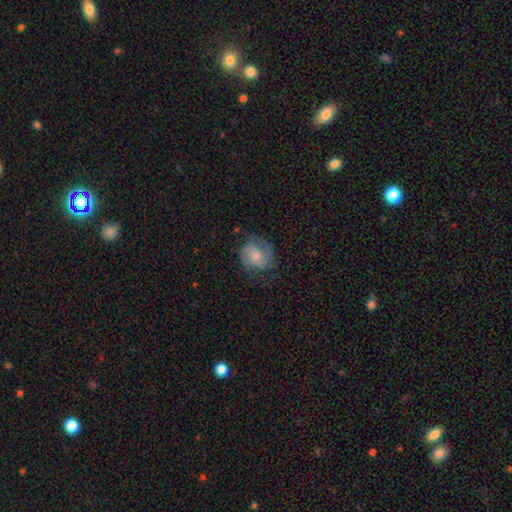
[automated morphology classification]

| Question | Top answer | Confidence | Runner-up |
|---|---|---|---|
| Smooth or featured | featured or disk | 46% | tied: smooth (46%) |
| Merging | none | 61% | minor disturbance (24%) |